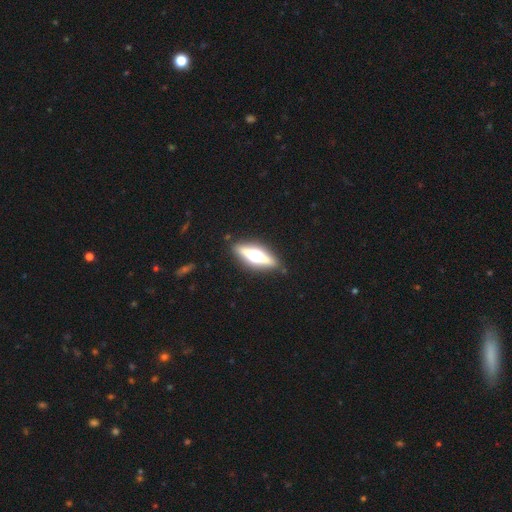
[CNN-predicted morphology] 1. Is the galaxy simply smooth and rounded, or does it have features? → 66% featured or disk, 28% smooth, 6% star or artifact.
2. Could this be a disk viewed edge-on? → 94% yes, 6% no.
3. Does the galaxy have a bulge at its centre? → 93% rounded, 5% boxy, 2% none.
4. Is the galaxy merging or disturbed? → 88% none, 9% minor disturbance, 2% major disturbance, 2% merger.